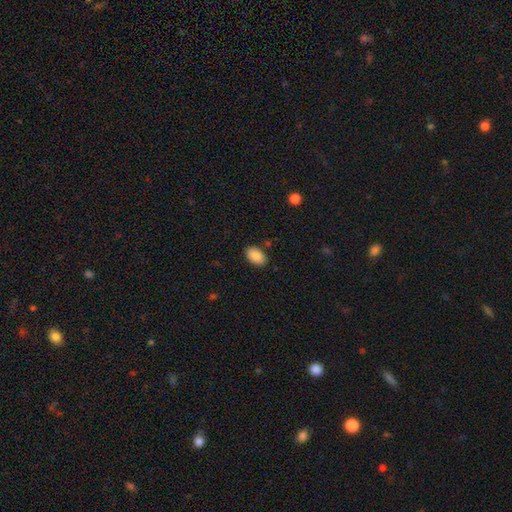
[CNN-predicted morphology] smooth 87%, star or artifact 7%, featured or disk 6%. Down the decision tree: how rounded — in between (93%); merging — none (85%).